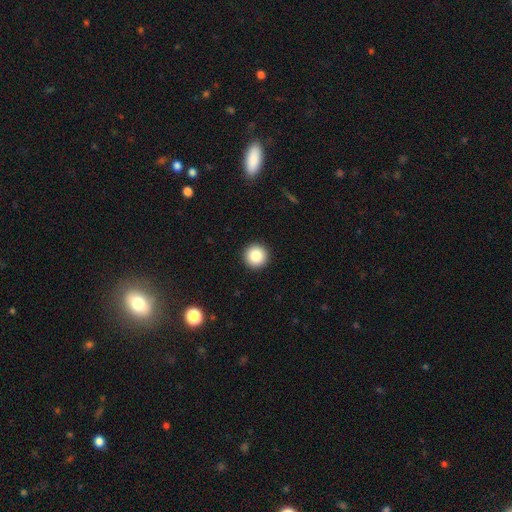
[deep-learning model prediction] Overall: smooth (86%). How rounded: round (97%). Merging: none (94%).